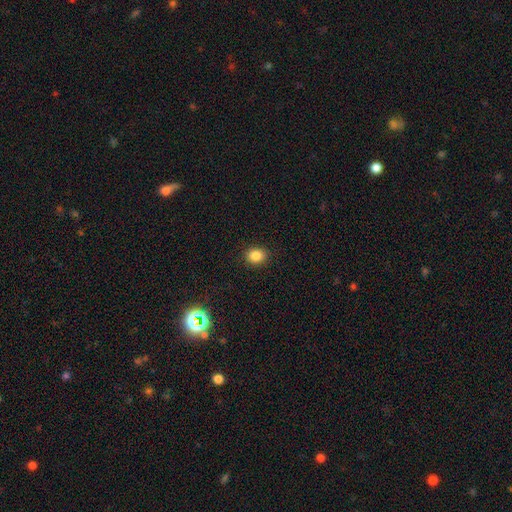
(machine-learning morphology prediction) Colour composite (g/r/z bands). It shows a smooth galaxy with no disk features (84%) that is round (52%). Merging: none (90%).